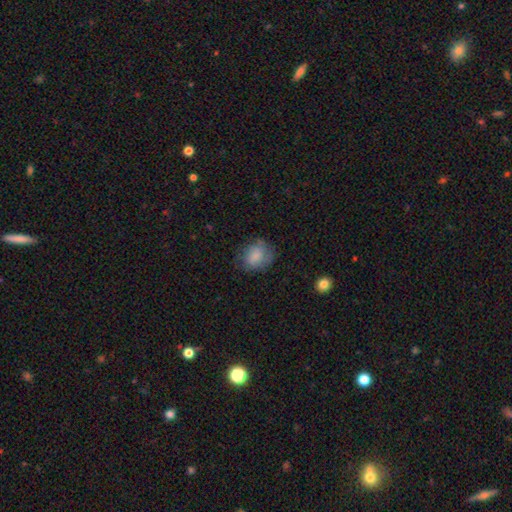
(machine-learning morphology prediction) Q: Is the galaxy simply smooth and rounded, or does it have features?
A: smooth — 72%.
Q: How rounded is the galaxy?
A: round — 55%.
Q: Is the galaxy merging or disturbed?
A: none — 63%.